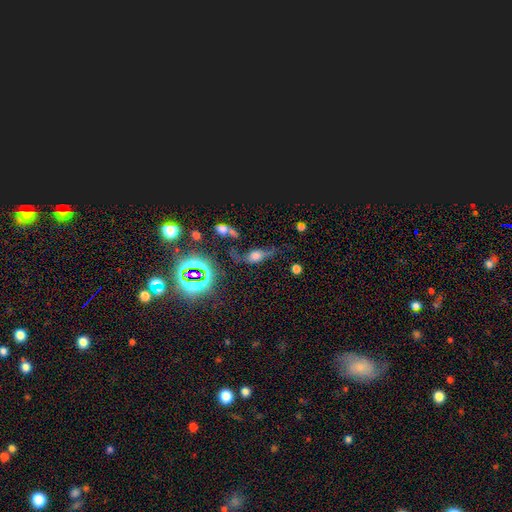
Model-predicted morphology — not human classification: Overall: smooth (46%; featured or disk 29%). Merging: none (37%; major disturbance 27%).